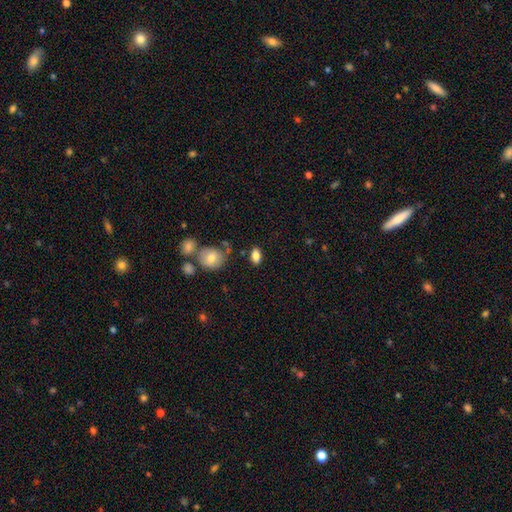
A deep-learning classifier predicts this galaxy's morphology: Smooth or featured? Predicted: smooth (p=0.83). How rounded? Predicted: in between (p=0.86). Merging? Predicted: none (p=0.79).